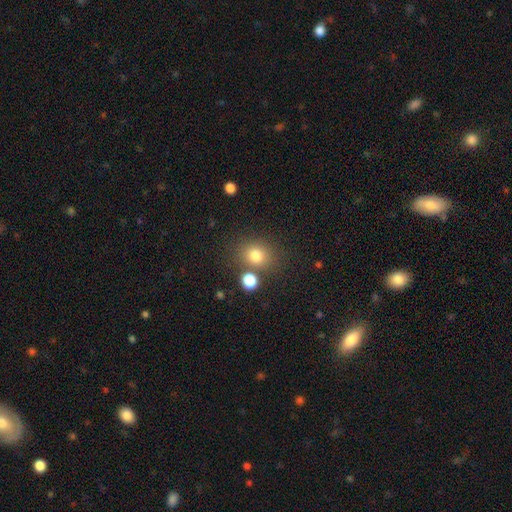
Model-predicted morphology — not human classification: This is likely a smooth galaxy (79%). How rounded: likely round (69%). Merging: likely none (72%).